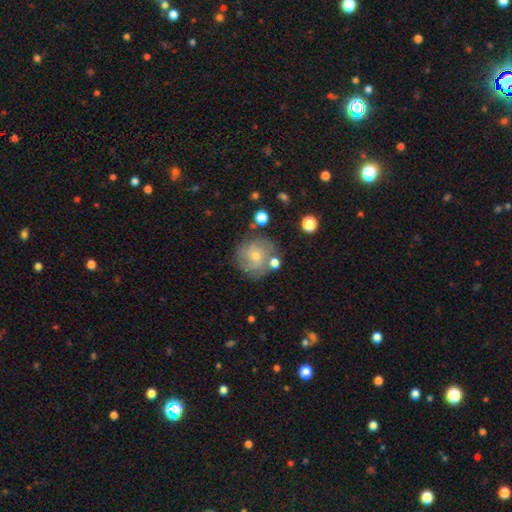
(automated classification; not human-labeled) The model was most divided on "spiral arm count": can't tell: 35%, 2: 28%, 3: 20%, 4: 7%, 1: 5%, more than 4: 5%. More confident: edge-on disk — no (97%); spiral arms — yes (87%); merging — none (73%); bar — no (72%); bulge size — small (66%); smooth or featured — featured or disk (62%); spiral winding — tight (57%).